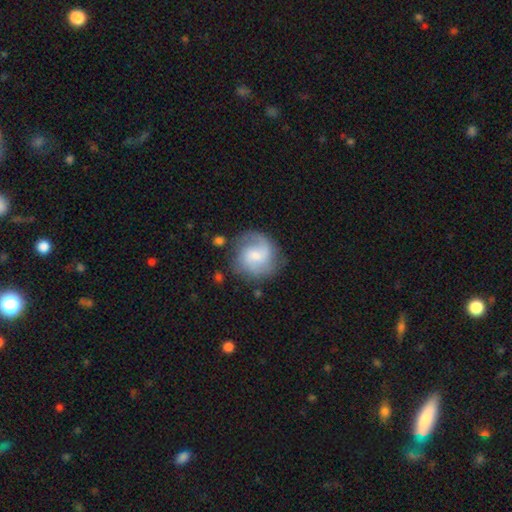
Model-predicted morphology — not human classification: Q: Smooth or featured?
A: featured or disk (65%); runner-up: smooth (29%)
Q: Edge-on disk?
A: no (98%); runner-up: yes (2%)
Q: Bar?
A: weak (49%); runner-up: no (42%)
Q: Spiral arms?
A: yes (91%); runner-up: no (9%)
Q: Spiral winding?
A: medium (46%); runner-up: loose (30%)
Q: Spiral arm count?
A: 2 (63%); runner-up: can't tell (14%)
Q: Bulge size?
A: small (47%); runner-up: moderate (40%)
Q: Merging?
A: none (70%); runner-up: minor disturbance (18%)